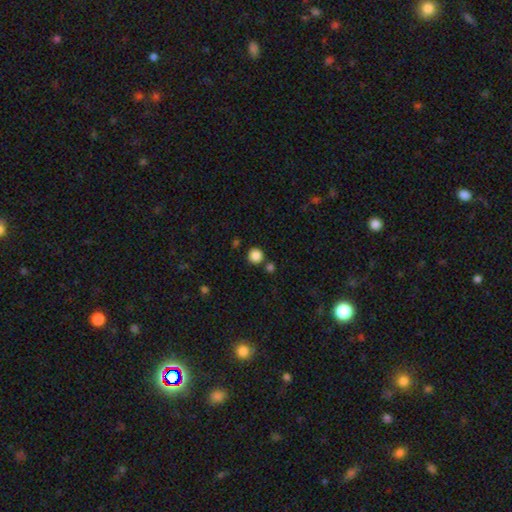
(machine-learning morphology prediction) smooth-or-featured: smooth: 86% | star or artifact: 11% | featured or disk: 3%
  how-rounded: round: 94% | in between: 5% | cigar-shaped: 1%
  merging: none: 82% | merger: 9% | minor disturbance: 7% | major disturbance: 2%